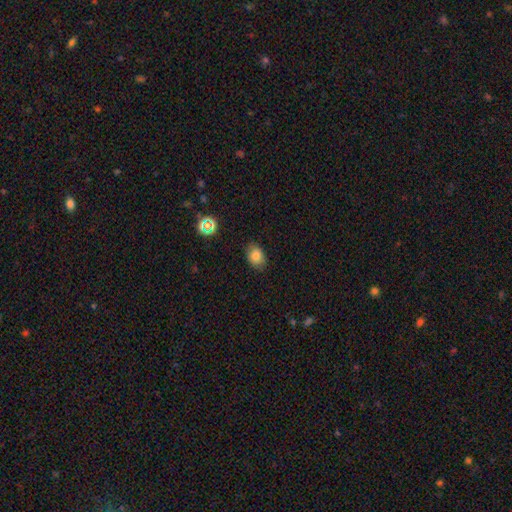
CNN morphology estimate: A smooth galaxy with no disk features (81%) that is in between round and cigar-shaped (74%).

Vote fractions:
- Smooth or featured? smooth: 81% / star or artifact: 12% / featured or disk: 8%
- How rounded? in between: 74% / round: 25% / cigar-shaped: 1%
- Merging? none: 81% / minor disturbance: 14% / major disturbance: 3% / merger: 1%